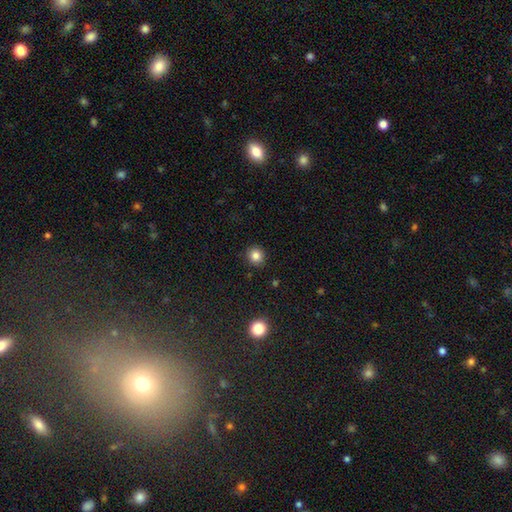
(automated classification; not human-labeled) Morphology: type=smooth (83%); roundness=round (91%); merging=none (91%).